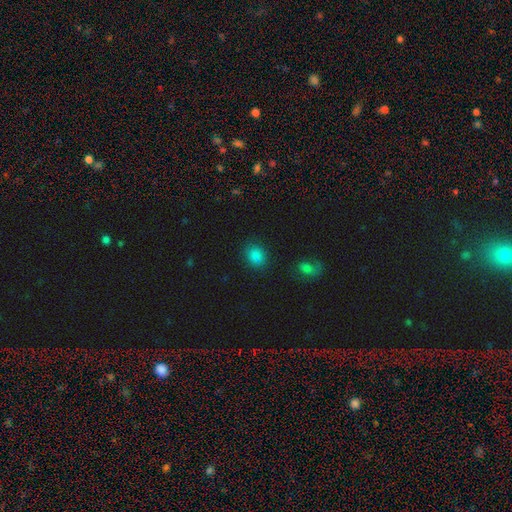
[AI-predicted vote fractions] smooth-or-featured: smooth: 83% | star or artifact: 13% | featured or disk: 4%
  how-rounded: in between: 51% | round: 48% | cigar-shaped: 1%
  merging: none: 83% | minor disturbance: 10% | merger: 4% | major disturbance: 3%